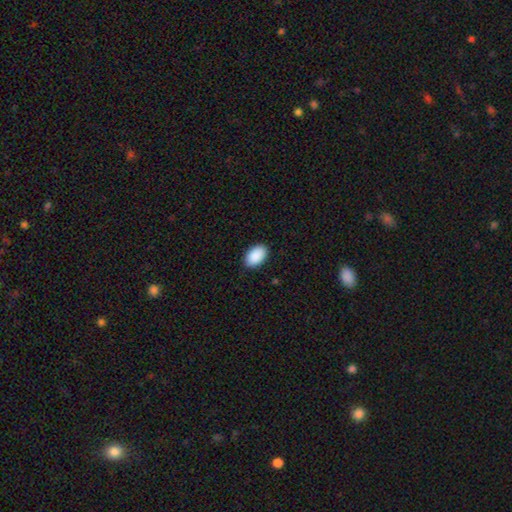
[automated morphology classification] Smooth or featured?
  - smooth: 92% *
  - star or artifact: 6%
  - featured or disk: 2%
How rounded?
  - in between: 94% *
  - round: 5%
  - cigar-shaped: 1%
Merging?
  - none: 89% *
  - minor disturbance: 9%
  - major disturbance: 2%
  - merger: 1%